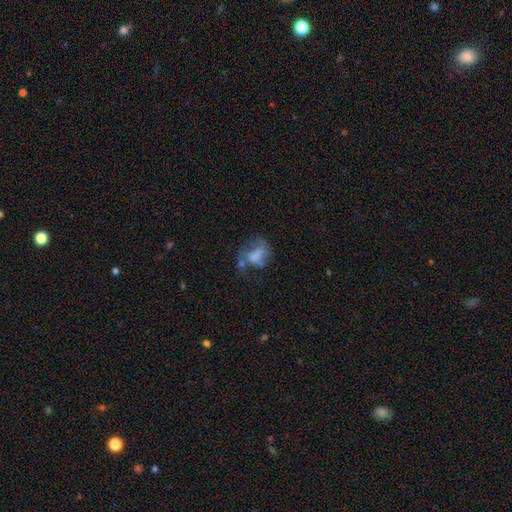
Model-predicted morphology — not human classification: The model was most divided on "smooth or featured": smooth: 46%, featured or disk: 42%, star or artifact: 12%. Remaining: merging — major disturbance (39%).